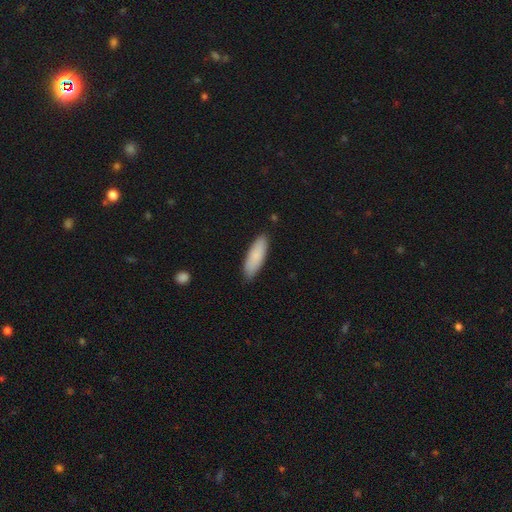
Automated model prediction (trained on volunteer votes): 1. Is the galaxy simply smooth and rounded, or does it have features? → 85% smooth, 10% featured or disk, 6% star or artifact.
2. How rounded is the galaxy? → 55% in between, 43% cigar-shaped, 2% round.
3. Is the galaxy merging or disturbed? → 86% none, 11% minor disturbance, 2% major disturbance, 1% merger.